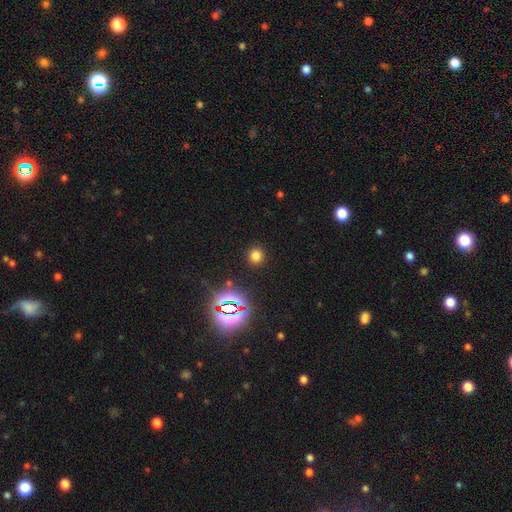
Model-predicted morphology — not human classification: Smooth or featured?
  - smooth: 71% *
  - star or artifact: 23%
  - featured or disk: 6%
How rounded?
  - round: 91% *
  - in between: 8%
  - cigar-shaped: 1%
Merging?
  - none: 90% *
  - minor disturbance: 6%
  - major disturbance: 3%
  - merger: 2%